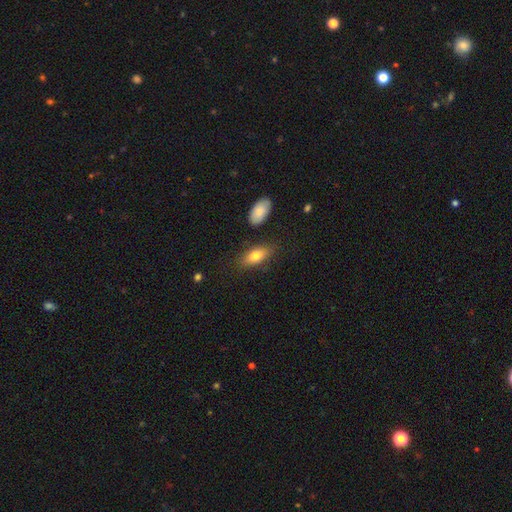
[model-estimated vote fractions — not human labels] Q: Smooth or featured?
A: smooth (77%); runner-up: featured or disk (16%)
Q: How rounded?
A: in between (85%); runner-up: cigar-shaped (10%)
Q: Merging?
A: none (79%); runner-up: minor disturbance (13%)